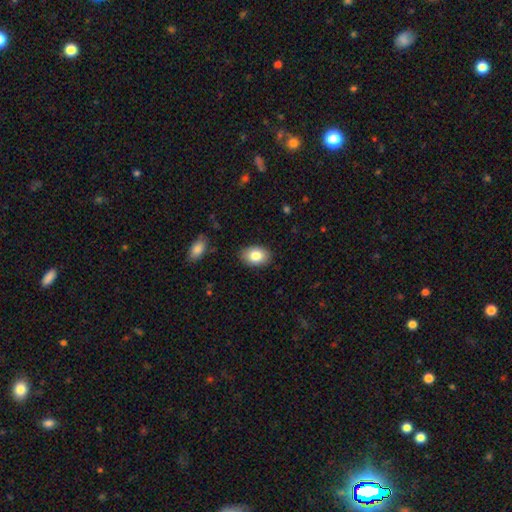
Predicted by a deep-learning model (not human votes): Q: Smooth or featured?
A: smooth (83%); runner-up: featured or disk (10%)
Q: How rounded?
A: in between (83%); runner-up: round (16%)
Q: Merging?
A: none (87%); runner-up: minor disturbance (9%)